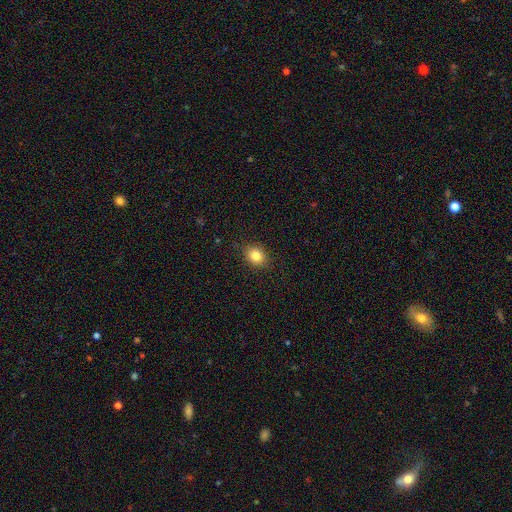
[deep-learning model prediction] A smooth galaxy with no disk features (82%) that is round (64%).

Vote fractions:
- Smooth or featured? smooth: 82% / star or artifact: 11% / featured or disk: 7%
- How rounded? round: 64% / in between: 35% / cigar-shaped: 1%
- Merging? none: 88% / minor disturbance: 9% / major disturbance: 2% / merger: 1%